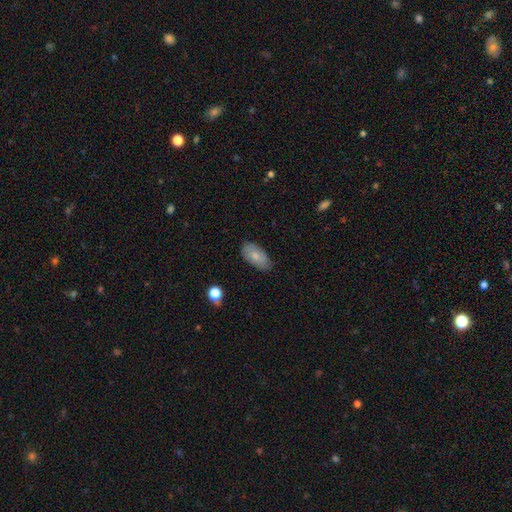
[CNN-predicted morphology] Smooth or featured?
  - smooth: 74% *
  - featured or disk: 19%
  - star or artifact: 7%
How rounded?
  - in between: 94% *
  - round: 3%
  - cigar-shaped: 3%
Merging?
  - none: 76% *
  - minor disturbance: 19%
  - major disturbance: 3%
  - merger: 1%